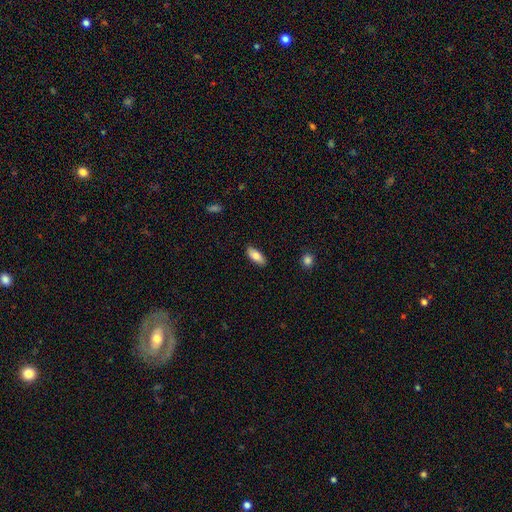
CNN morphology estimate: smooth 80%, featured or disk 14%, star or artifact 6%. Down the decision tree: how rounded — in between (79%); merging — none (87%).